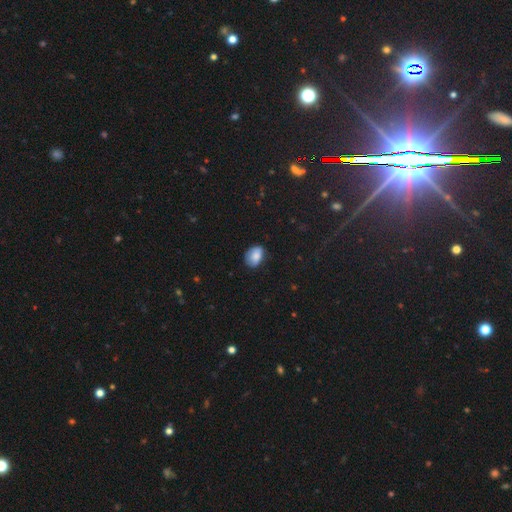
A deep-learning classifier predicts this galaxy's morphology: smooth-or-featured: smooth: 83% | featured or disk: 9% | star or artifact: 8%
  how-rounded: in between: 78% | round: 21% | cigar-shaped: 1%
  merging: none: 68% | minor disturbance: 26% | major disturbance: 5% | merger: 1%